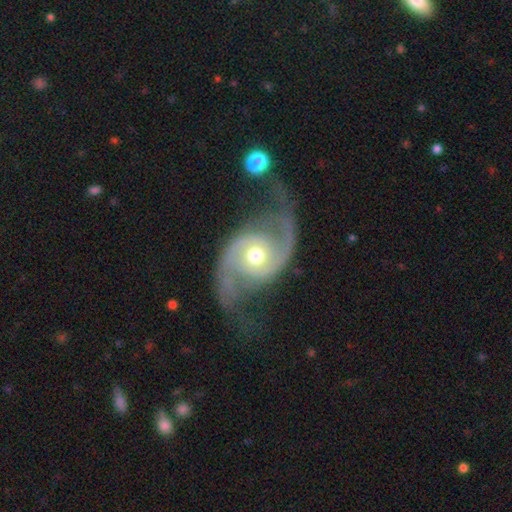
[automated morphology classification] smooth-or-featured: featured or disk: 92% | smooth: 4% | star or artifact: 4%
  disk-edge-on: no: 97% | yes: 3%
    bar: no: 68% | weak: 24% | strong: 9%
    has-spiral-arms: yes: 97% | no: 3%
      spiral-winding: medium: 42% (tied) | loose: 42% (tied) | tight: 16%
      spiral-arm-count: 2: 94% | can't tell: 2% | 3: 1% | 1: 1% | 4: 1% | more than 4: 1%
    bulge-size: moderate: 76% | small: 14% | large: 8% | dominant: 1% | none: 1%
  merging: none: 65% | major disturbance: 16% | minor disturbance: 15% | merger: 3%